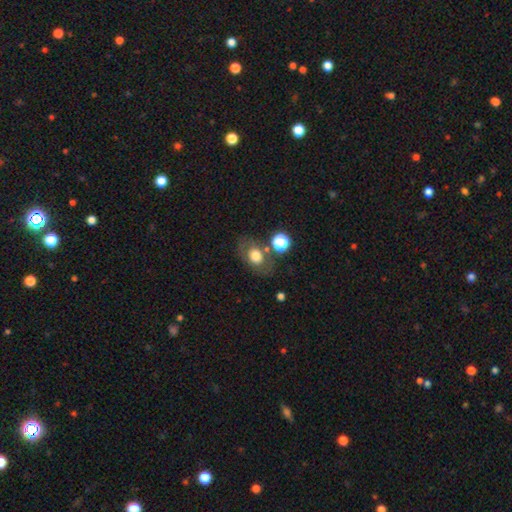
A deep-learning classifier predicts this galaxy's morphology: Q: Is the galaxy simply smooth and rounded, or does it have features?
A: smooth — 66%.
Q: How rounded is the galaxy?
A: in between — 64%.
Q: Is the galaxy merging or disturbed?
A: none — 66%.